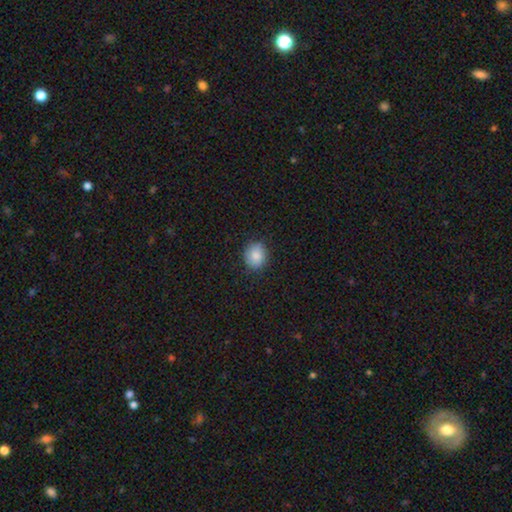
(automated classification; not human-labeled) Smooth or featured?
  - smooth: 85% *
  - star or artifact: 8%
  - featured or disk: 6%
How rounded?
  - round: 70% *
  - in between: 29%
  - cigar-shaped: 1%
Merging?
  - none: 85% *
  - minor disturbance: 11%
  - major disturbance: 3%
  - merger: 1%